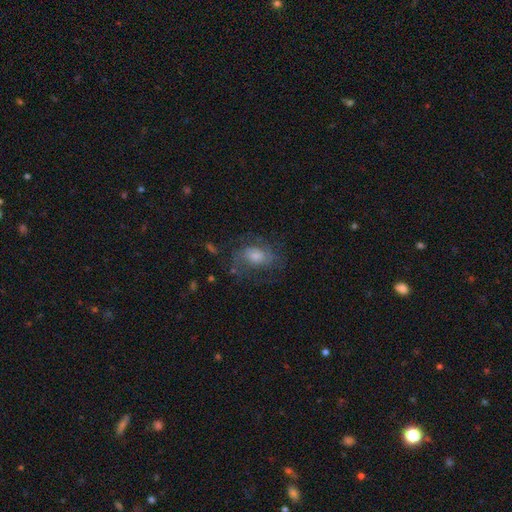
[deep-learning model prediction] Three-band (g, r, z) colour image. It shows a featured or disk galaxy (62%) with no bar (66%), 2 (54%) medium (48%) spiral arms (84%) and a moderate central bulge (45%). Merging: none (63%).